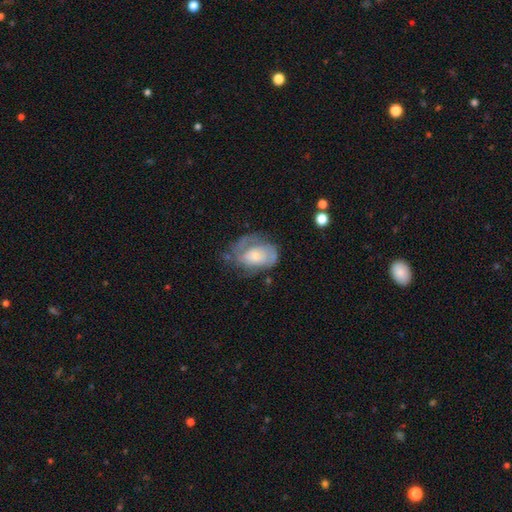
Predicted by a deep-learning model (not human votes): smooth_or_featured: featured or disk (p=0.61) [alt: smooth p=0.33]
disk_edge_on: no (p=0.97) [alt: yes p=0.03]
bar: no (p=0.75) [alt: weak p=0.21]
has_spiral_arms: yes (p=0.72) [alt: no p=0.28]
bulge_size: small (p=0.54) [alt: moderate p=0.31]
merging: none (p=0.43) [alt: minor disturbance p=0.29]